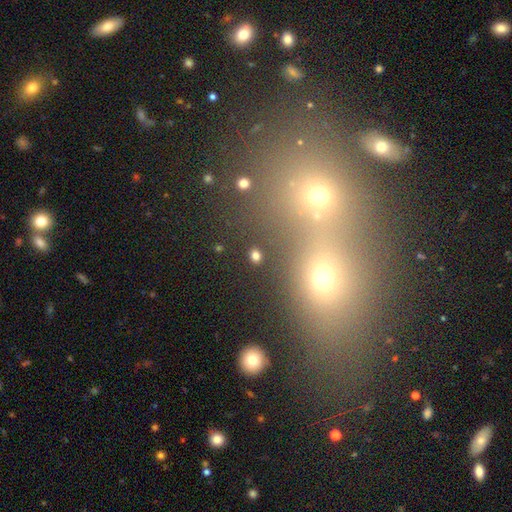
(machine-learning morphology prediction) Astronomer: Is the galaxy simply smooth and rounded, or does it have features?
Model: smooth — 75%.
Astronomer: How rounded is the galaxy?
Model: round — 68%.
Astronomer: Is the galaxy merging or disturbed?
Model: none — 89%.